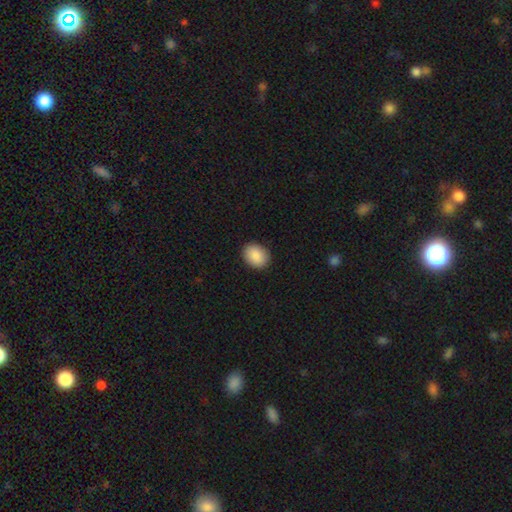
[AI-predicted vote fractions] smooth 90%, star or artifact 7%, featured or disk 4%. Down the decision tree: how rounded — in between (54%); merging — none (90%).